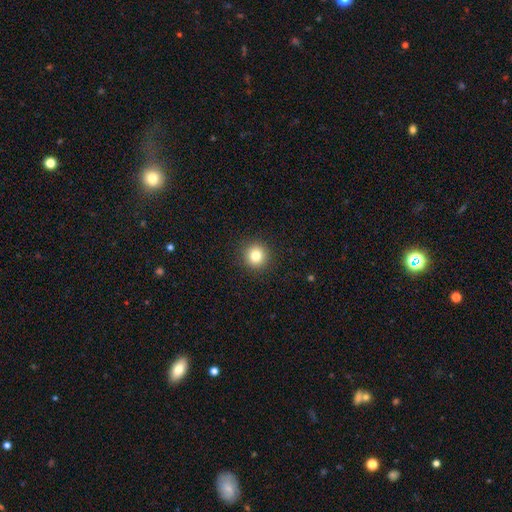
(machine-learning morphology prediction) Smooth or featured? smooth (81%)
How rounded? round (94%)
Merging? none (92%)